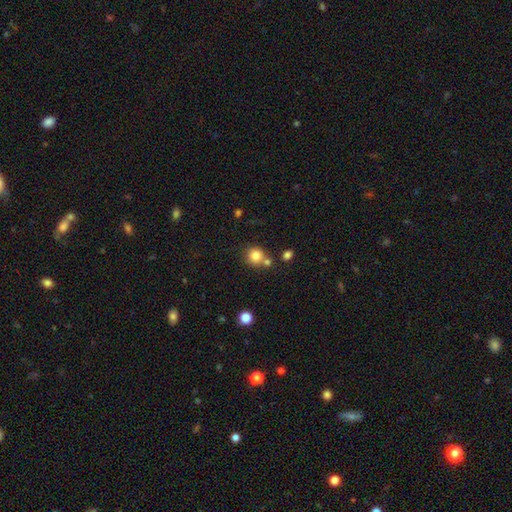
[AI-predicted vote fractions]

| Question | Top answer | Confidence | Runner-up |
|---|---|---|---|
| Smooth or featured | smooth | 81% | star or artifact (11%) |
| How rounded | round | 89% | in between (10%) |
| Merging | none | 64% | merger (22%) |